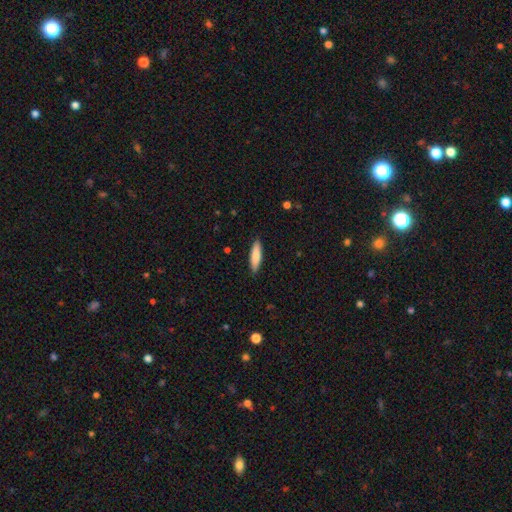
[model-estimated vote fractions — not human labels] smooth 82%, featured or disk 13%, star or artifact 6%. Down the decision tree: how rounded — cigar-shaped (66%); merging — none (89%).